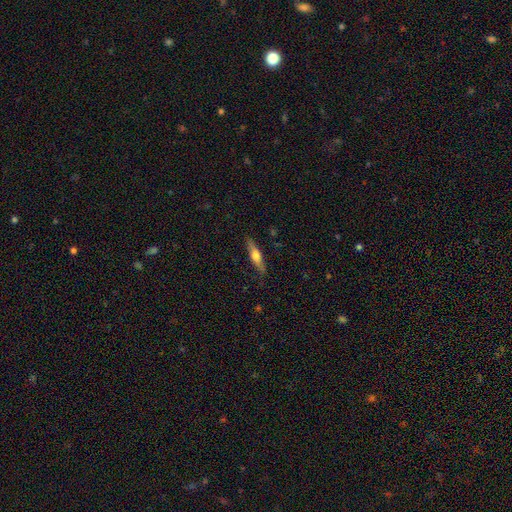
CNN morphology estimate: Smooth or featured?
  - smooth: 47% * (tied)
  - featured or disk: 47% * (tied)
  - star or artifact: 6%
Merging?
  - none: 85% *
  - minor disturbance: 12%
  - major disturbance: 2%
  - merger: 1%